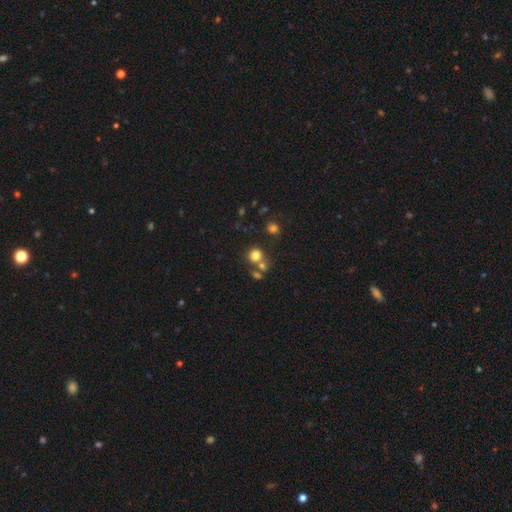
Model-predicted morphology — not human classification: Smooth or featured: smooth — 77% (star or artifact — 14%)
How rounded: round — 85% (in between — 14%)
Merging: none — 60% (merger — 27%)